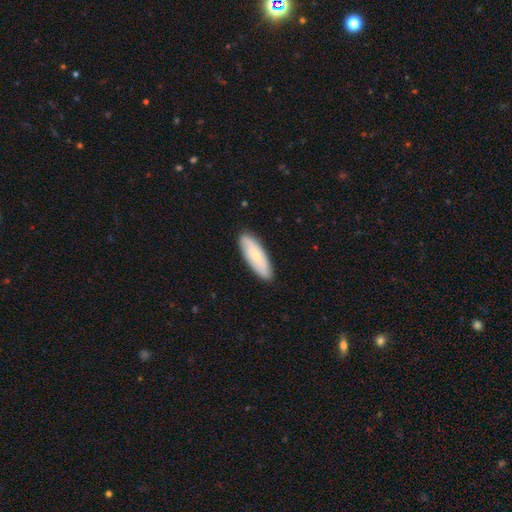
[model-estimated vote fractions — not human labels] Smooth or featured?
  - smooth: 65% *
  - featured or disk: 29%
  - star or artifact: 5%
How rounded?
  - in between: 58% *
  - cigar-shaped: 40%
  - round: 2%
Merging?
  - none: 88% *
  - minor disturbance: 9%
  - major disturbance: 2%
  - merger: 1%